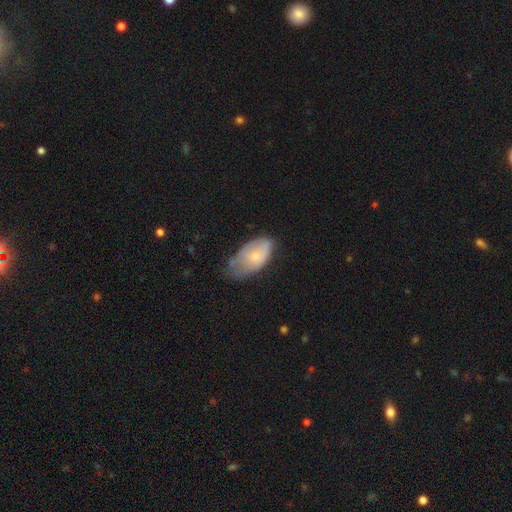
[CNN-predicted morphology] type=smooth (60%); roundness=in between (93%); merging=minor disturbance (44%).